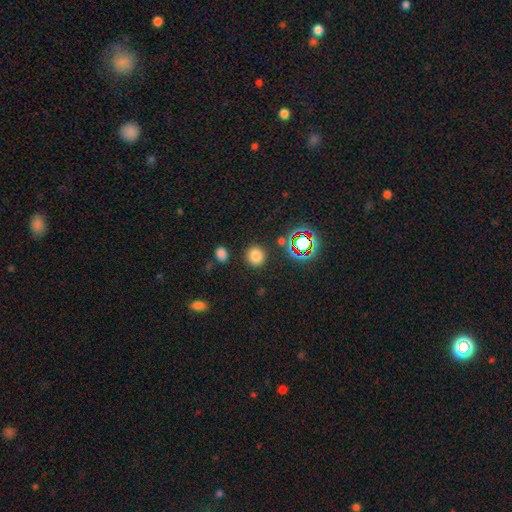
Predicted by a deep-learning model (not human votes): Morphology: type=smooth (77%); roundness=round (86%); merging=none (87%).